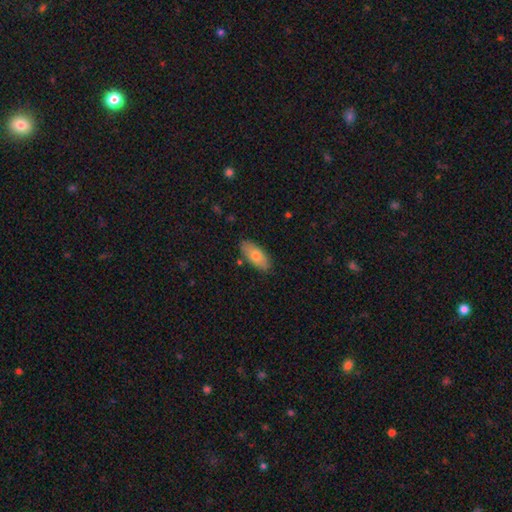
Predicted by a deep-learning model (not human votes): Morphology: type=smooth (77%); roundness=in between (84%); merging=none (84%).